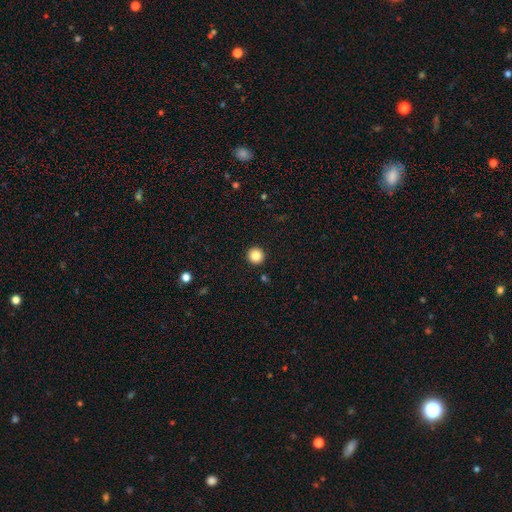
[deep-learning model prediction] Smooth or featured?
  - smooth: 85% *
  - star or artifact: 10%
  - featured or disk: 5%
How rounded?
  - round: 96% *
  - in between: 3%
  - cigar-shaped: 1%
Merging?
  - none: 94% *
  - minor disturbance: 4%
  - major disturbance: 1%
  - merger: 1%